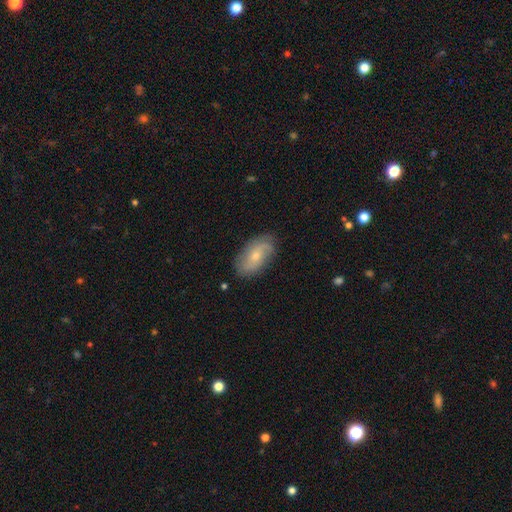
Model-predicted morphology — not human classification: A featured or disk galaxy (57%) with no bar (66%), spiral arms (84%) and a small central bulge (61%). Merging: none (78%).